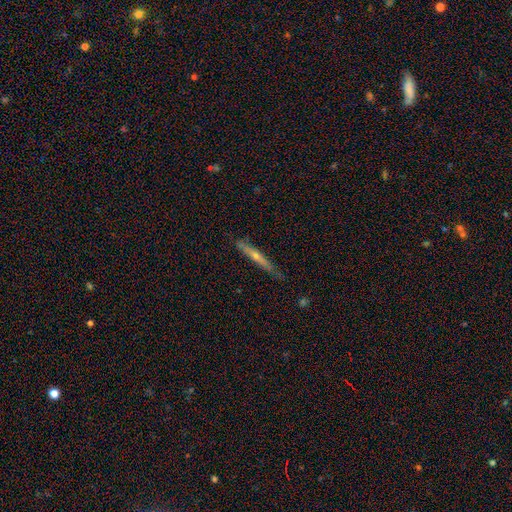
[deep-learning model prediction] Smooth or featured: featured or disk — 60% (smooth — 33%)
Edge-on disk: yes — 95% (no — 5%)
Edge-on bulge: rounded — 69% (none — 28%)
Merging: none — 81% (minor disturbance — 16%)